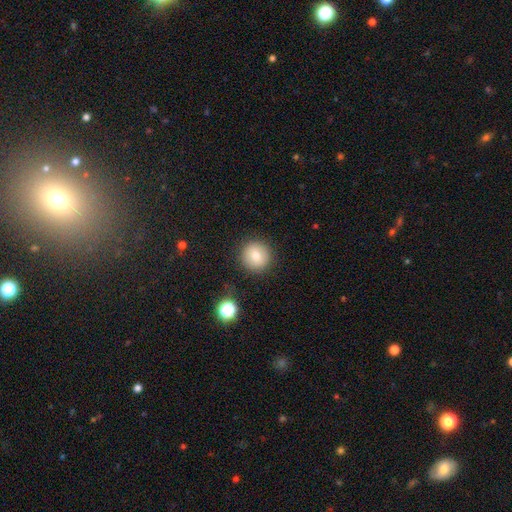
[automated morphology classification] smooth 79%, star or artifact 11%, featured or disk 10%. Down the decision tree: how rounded — round (95%); merging — none (89%).